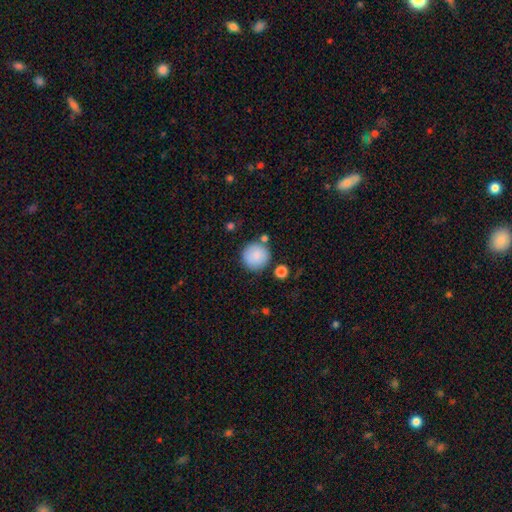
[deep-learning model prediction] Smooth or featured: smooth — 87% (star or artifact — 7%)
How rounded: round — 95% (in between — 4%)
Merging: none — 80% (minor disturbance — 10%)